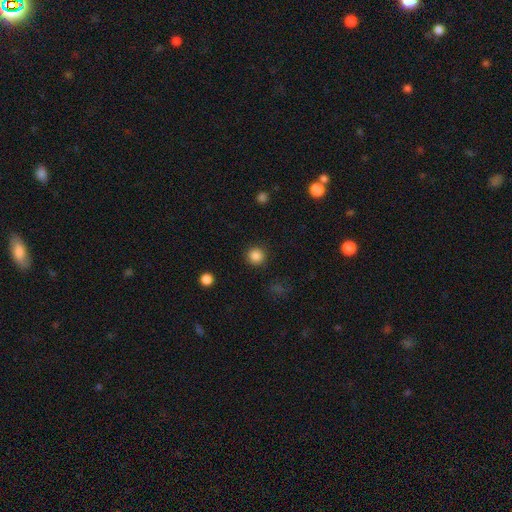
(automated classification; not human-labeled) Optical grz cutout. It shows a smooth galaxy with no disk features (86%) that is round (95%). Merging: none (91%).